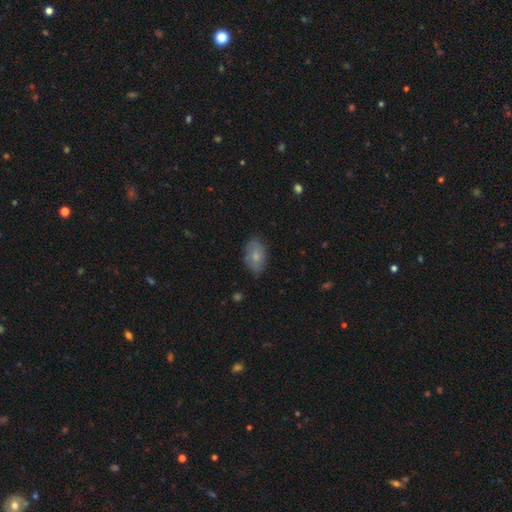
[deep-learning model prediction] This appears to be a smooth galaxy with no disk features (69%) that is in between round and cigar-shaped (89%). Merging: none (74%).